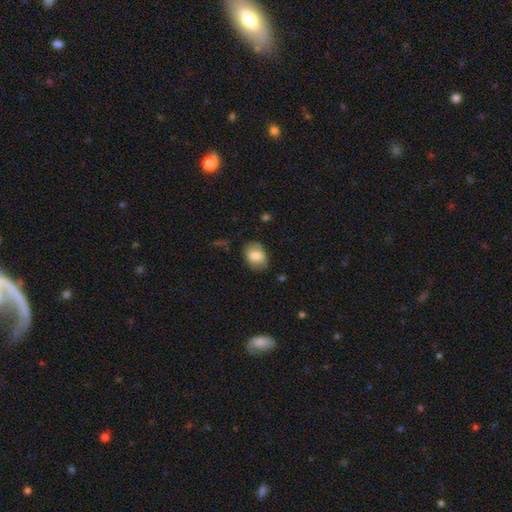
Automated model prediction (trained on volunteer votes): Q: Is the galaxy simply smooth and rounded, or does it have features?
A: smooth — 77%.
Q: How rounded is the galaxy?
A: in between — 74%.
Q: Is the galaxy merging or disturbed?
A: none — 70%.